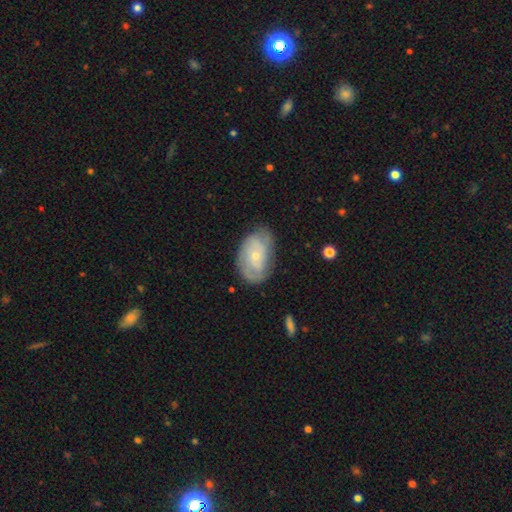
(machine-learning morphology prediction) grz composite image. It shows a featured or disk galaxy (68%) with no bar (76%), tight (59%) spiral arms (86%) and a small central bulge (73%). Merging: none (69%).